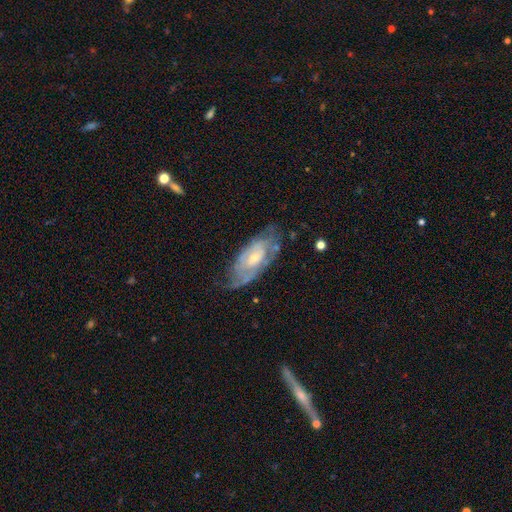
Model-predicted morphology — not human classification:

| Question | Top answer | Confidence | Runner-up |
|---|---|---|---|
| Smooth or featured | featured or disk | 73% | smooth (19%) |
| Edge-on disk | no | 87% | yes (13%) |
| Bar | no | 56% | weak (36%) |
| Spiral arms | yes | 82% | no (18%) |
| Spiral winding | tight | 59% | medium (31%) |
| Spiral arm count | can't tell | 51% | 2 (30%) |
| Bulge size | moderate | 49% | small (43%) |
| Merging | none | 70% | minor disturbance (22%) |